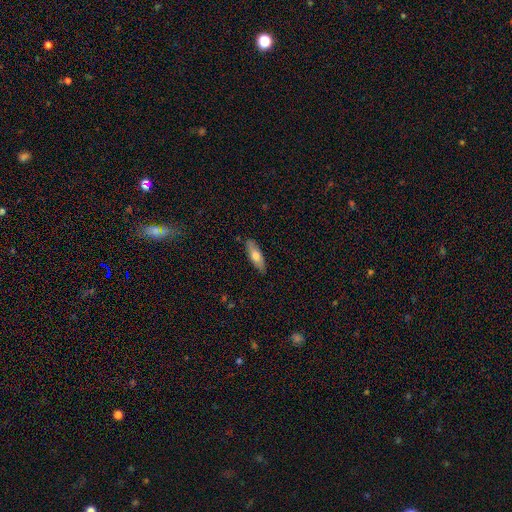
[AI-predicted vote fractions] This appears to be a smooth galaxy with no disk features (66%) that is in between round and cigar-shaped (55%). Merging: none (87%).